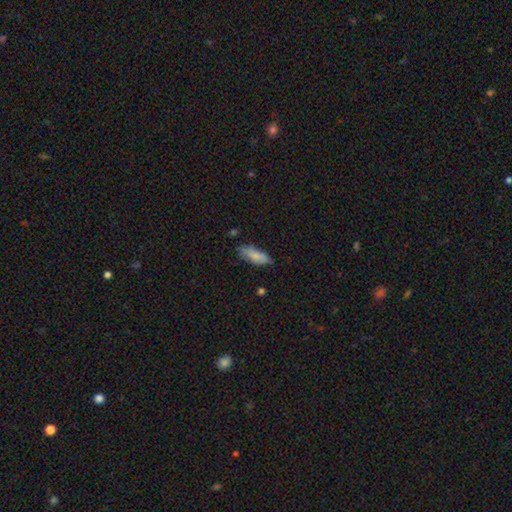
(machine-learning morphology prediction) A smooth galaxy with no disk features (80%) that is in between round and cigar-shaped (73%).

Vote fractions:
- Smooth or featured? smooth: 80% / featured or disk: 14% / star or artifact: 7%
- How rounded? in between: 73% / cigar-shaped: 25% / round: 2%
- Merging? none: 64% / minor disturbance: 28% / major disturbance: 6% / merger: 3%